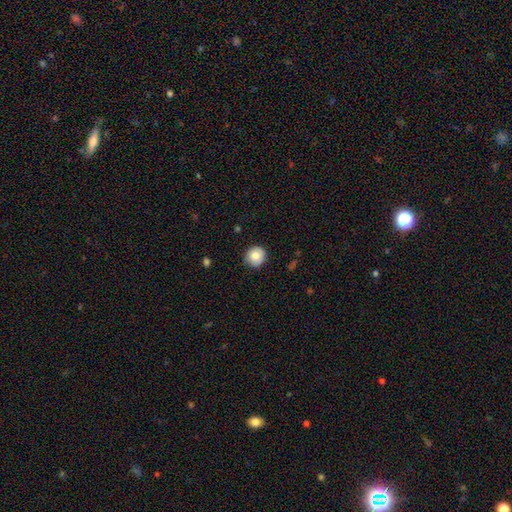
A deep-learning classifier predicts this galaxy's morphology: A smooth galaxy with no disk features (81%) that is round (91%).

Vote fractions:
- Smooth or featured? smooth: 81% / featured or disk: 10% / star or artifact: 8%
- How rounded? round: 91% / in between: 8% / cigar-shaped: 1%
- Merging? none: 85% / minor disturbance: 12% / major disturbance: 2% / merger: 1%